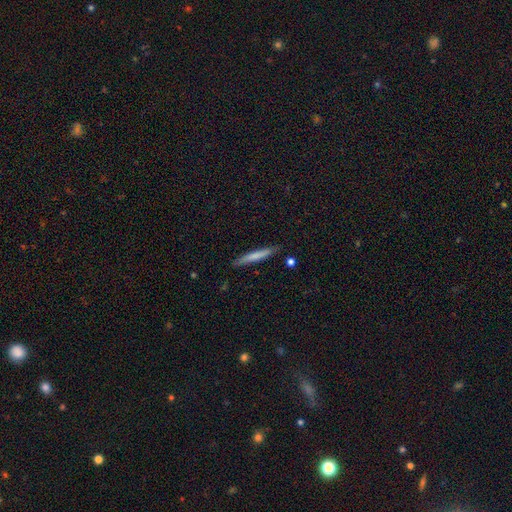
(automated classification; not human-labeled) Morphology: type=smooth (68%); roundness=cigar-shaped (95%); merging=none (86%).